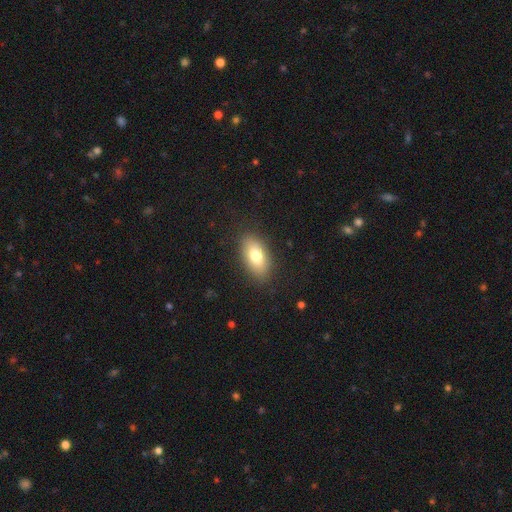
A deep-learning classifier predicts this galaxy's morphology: smooth-or-featured: smooth: 77% | featured or disk: 15% | star or artifact: 8%
  how-rounded: in between: 90% | round: 5% | cigar-shaped: 5%
  merging: none: 86% | minor disturbance: 10% | major disturbance: 3% | merger: 1%